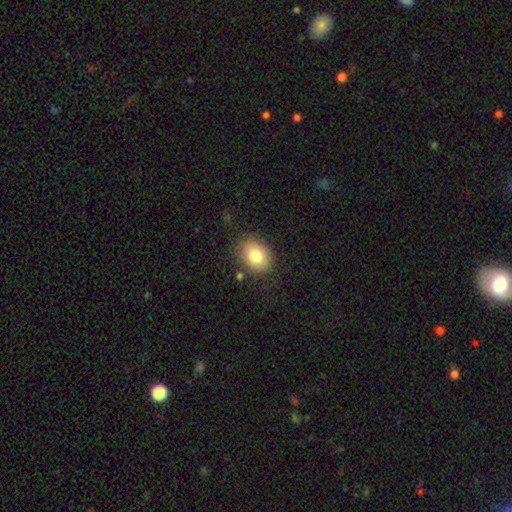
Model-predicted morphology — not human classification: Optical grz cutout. It shows a smooth galaxy with no disk features (80%) that is in between round and cigar-shaped (59%). Merging: none (83%).